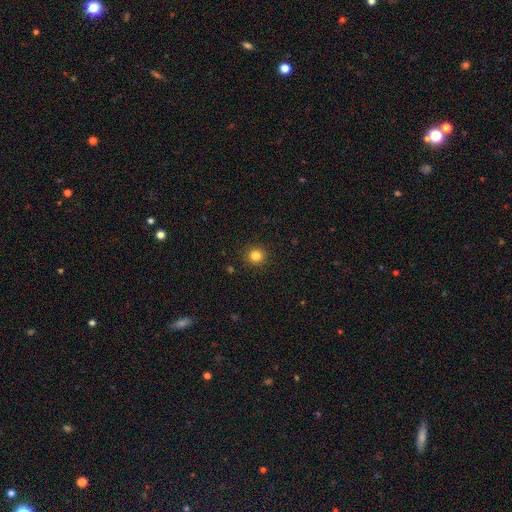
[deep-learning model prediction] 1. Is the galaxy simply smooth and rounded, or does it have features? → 83% smooth, 12% star or artifact, 5% featured or disk.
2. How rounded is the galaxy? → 93% round, 6% in between, 1% cigar-shaped.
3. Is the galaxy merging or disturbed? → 92% none, 5% minor disturbance, 2% major disturbance, 1% merger.